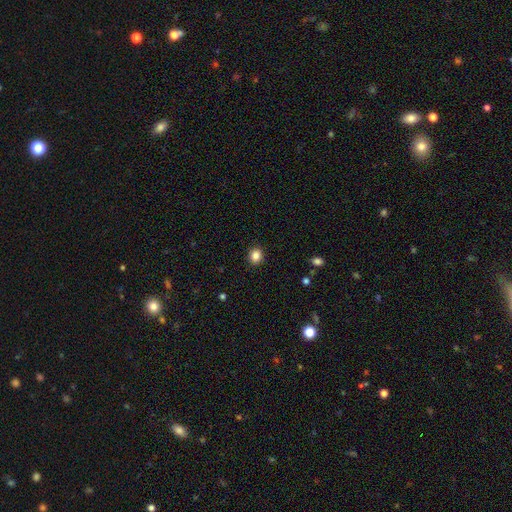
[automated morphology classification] Smooth or featured: smooth — 85% (star or artifact — 11%)
How rounded: round — 79% (in between — 20%)
Merging: none — 91% (minor disturbance — 6%)